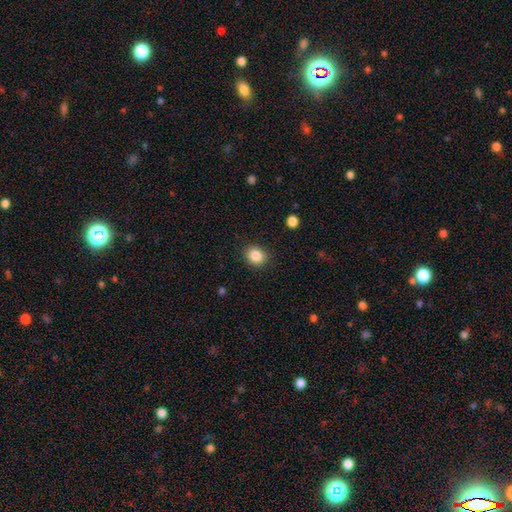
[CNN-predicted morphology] type=smooth (87%); roundness=round (74%); merging=none (88%).